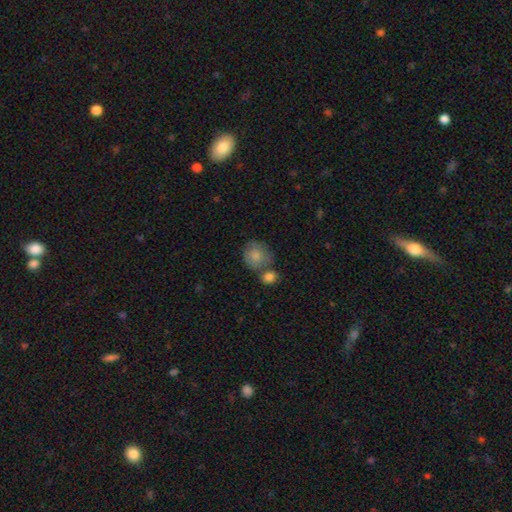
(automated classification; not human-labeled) Morphology: type=smooth (80%); roundness=round (78%); merging=none (49%).